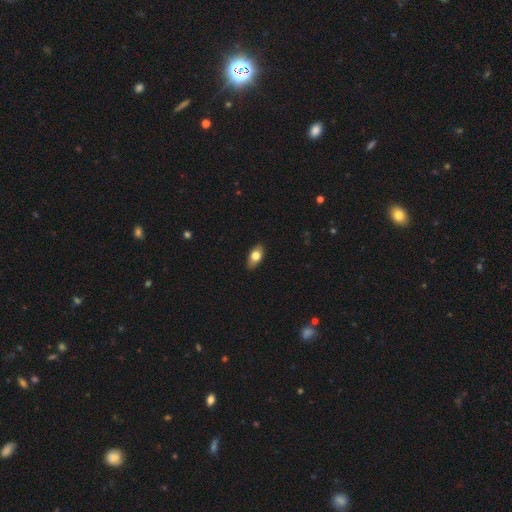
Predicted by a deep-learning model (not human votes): Q: Smooth or featured?
A: smooth (76%); runner-up: featured or disk (17%)
Q: How rounded?
A: in between (89%); runner-up: round (7%)
Q: Merging?
A: none (85%); runner-up: minor disturbance (12%)